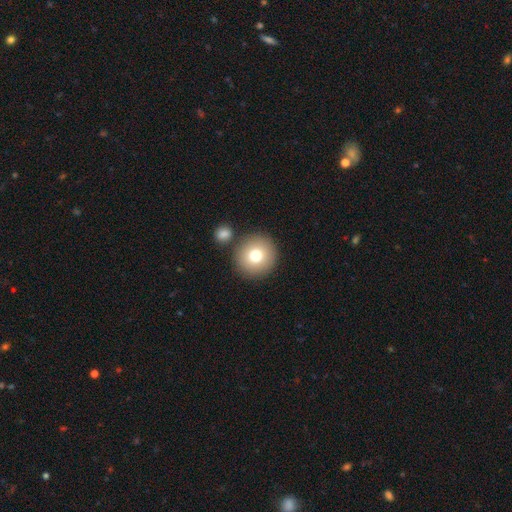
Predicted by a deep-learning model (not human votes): Overall: smooth (77%). How rounded: round (94%). Merging: none (81%).